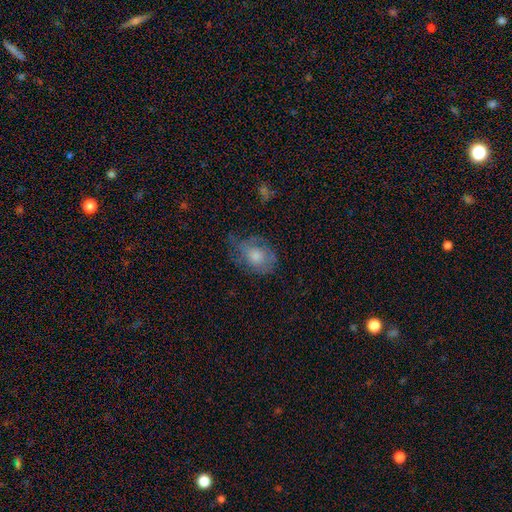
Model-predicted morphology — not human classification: Smooth or featured: smooth — 49% (featured or disk — 40%)
Merging: none — 55% (minor disturbance — 29%)